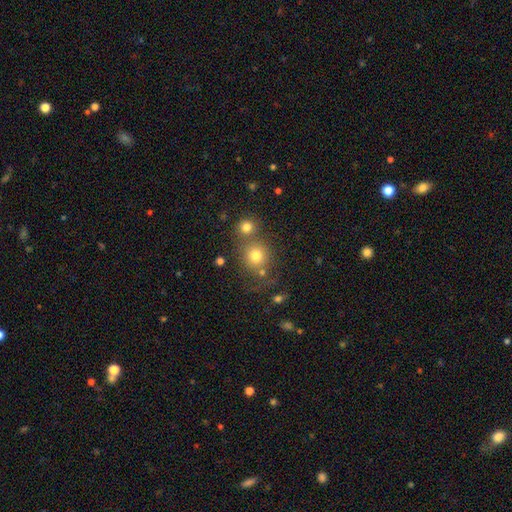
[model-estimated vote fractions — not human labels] smooth_or_featured: smooth (p=0.76) [alt: star or artifact p=0.14]
how_rounded: round (p=0.88) [alt: in between p=0.11]
merging: none (p=0.64) [alt: merger p=0.21]